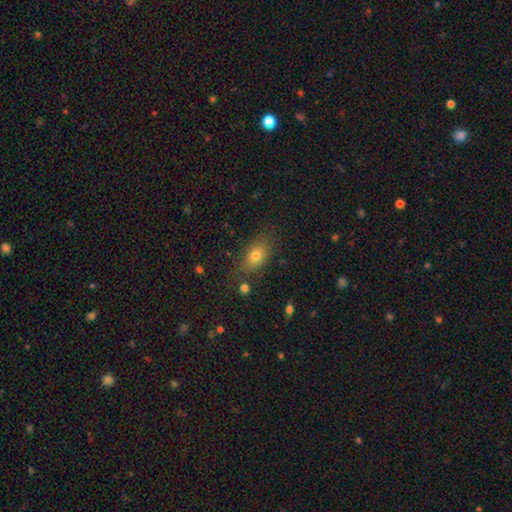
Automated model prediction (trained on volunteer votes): Overall: smooth (75%). How rounded: in between (75%). Merging: none (77%).